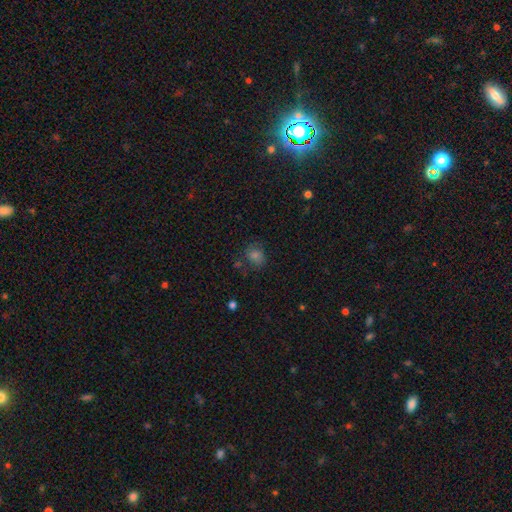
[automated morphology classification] smooth-or-featured: smooth: 66% | star or artifact: 22% | featured or disk: 12%
  how-rounded: round: 64% | in between: 35% | cigar-shaped: 1%
  merging: none: 68% | minor disturbance: 18% | major disturbance: 9% | merger: 5%